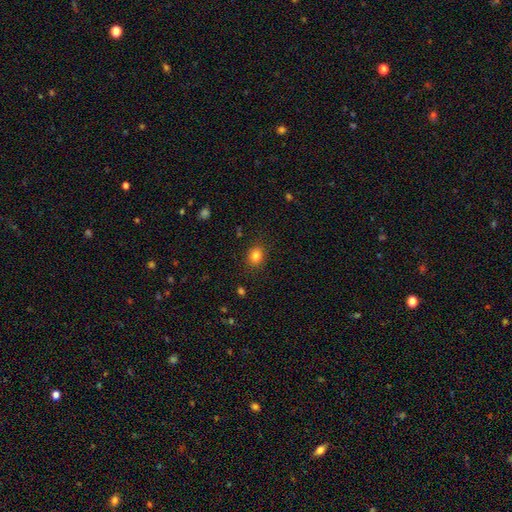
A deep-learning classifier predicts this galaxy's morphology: type=smooth (83%); roundness=round (66%); merging=none (87%).